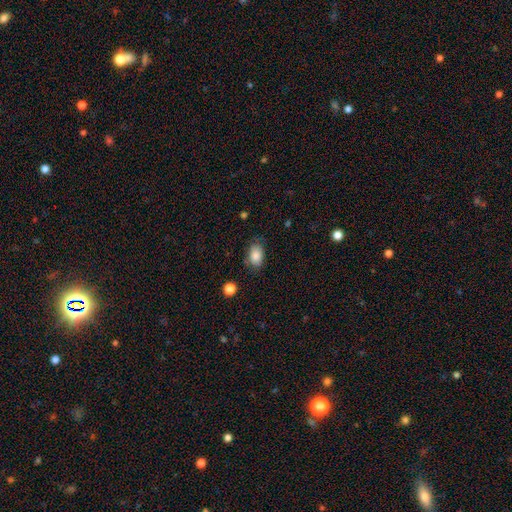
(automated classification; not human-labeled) Q: Smooth or featured?
A: smooth (85%); runner-up: star or artifact (8%)
Q: How rounded?
A: in between (84%); runner-up: round (15%)
Q: Merging?
A: none (72%); runner-up: minor disturbance (21%)